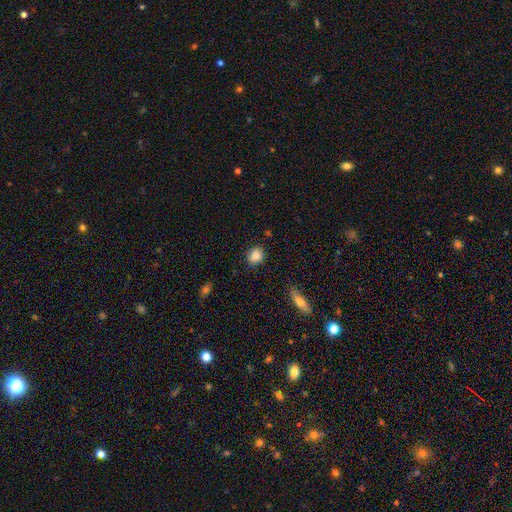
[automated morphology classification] Q: Smooth or featured?
A: smooth (84%); runner-up: star or artifact (9%)
Q: How rounded?
A: round (60%); runner-up: in between (39%)
Q: Merging?
A: none (83%); runner-up: minor disturbance (13%)